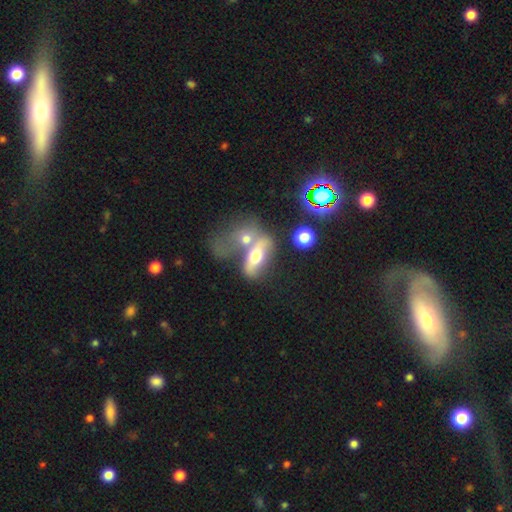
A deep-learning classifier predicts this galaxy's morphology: Q: Smooth or featured?
A: smooth (48%); runner-up: featured or disk (42%)
Q: Merging?
A: merger (59%); runner-up: none (20%)